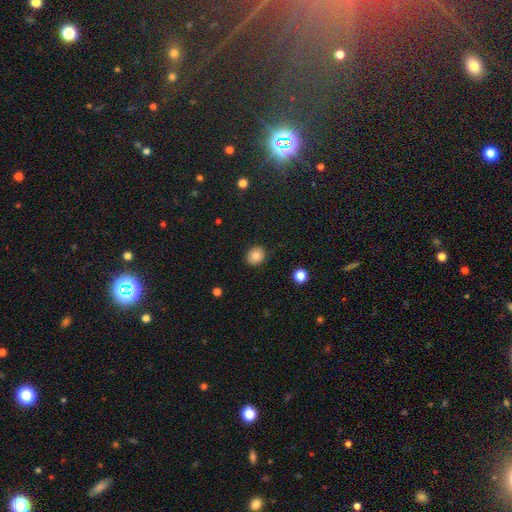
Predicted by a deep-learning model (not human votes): Morphology: type=smooth (80%); roundness=round (71%); merging=none (88%).